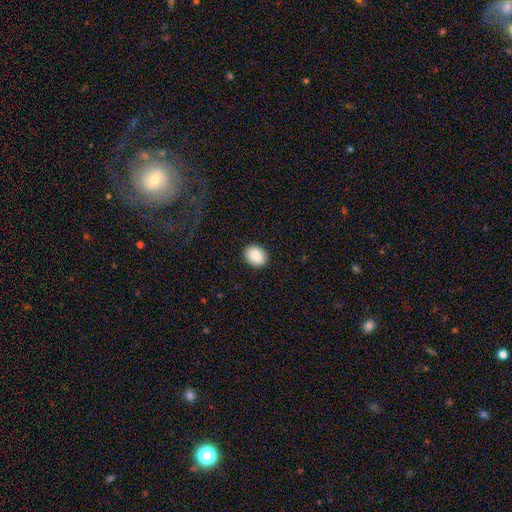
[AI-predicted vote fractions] Smooth or featured: smooth — 88% (star or artifact — 7%)
How rounded: in between — 59% (round — 41%)
Merging: none — 90% (minor disturbance — 7%)